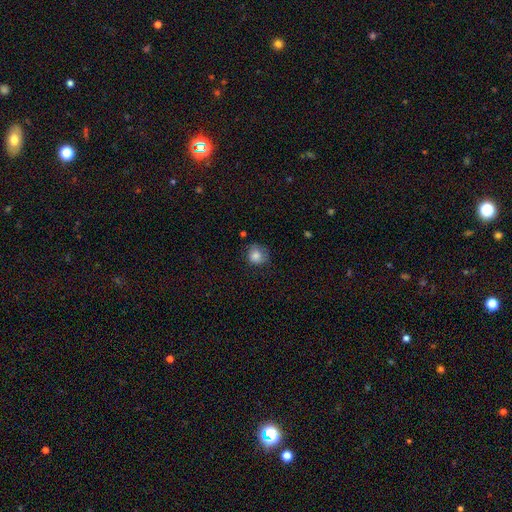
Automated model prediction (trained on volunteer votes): smooth 82%, featured or disk 9%, star or artifact 9%. Down the decision tree: how rounded — round (84%); merging — none (66%).